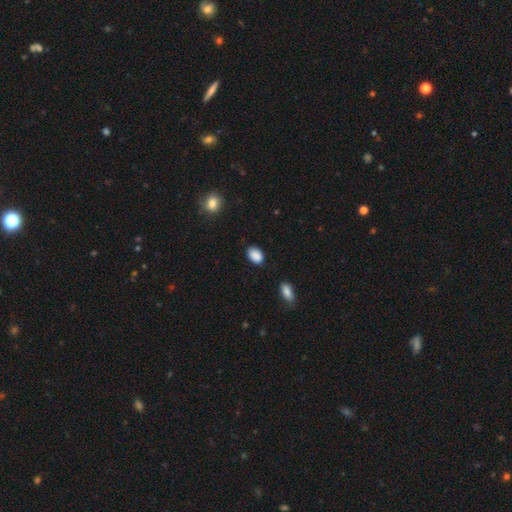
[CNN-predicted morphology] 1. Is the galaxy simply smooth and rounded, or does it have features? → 89% smooth, 8% star or artifact, 3% featured or disk.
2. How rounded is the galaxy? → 86% in between, 13% round, 1% cigar-shaped.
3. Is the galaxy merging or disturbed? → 83% none, 13% minor disturbance, 2% major disturbance, 2% merger.